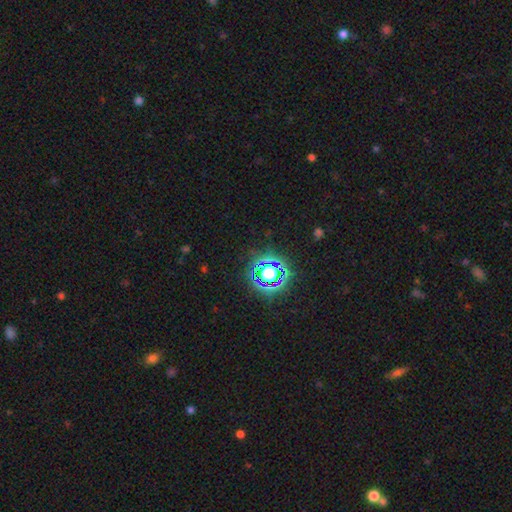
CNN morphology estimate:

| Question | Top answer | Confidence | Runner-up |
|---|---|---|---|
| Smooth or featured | star or artifact | 79% | smooth (14%) |